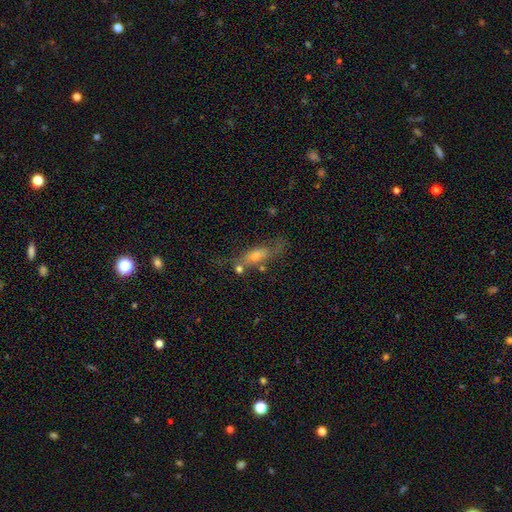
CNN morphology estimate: Q: Smooth or featured?
A: featured or disk (46%); runner-up: smooth (40%)
Q: Merging?
A: none (47%); runner-up: minor disturbance (21%)